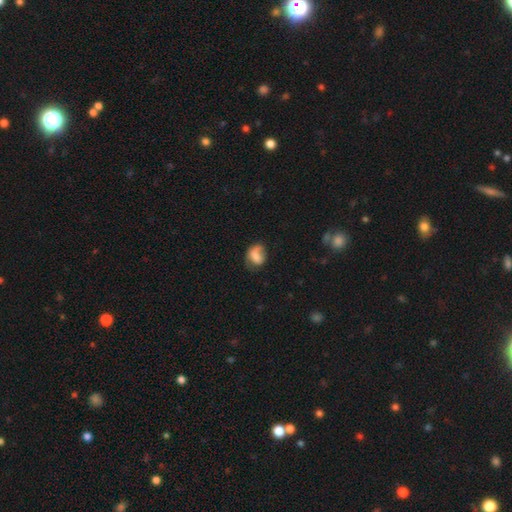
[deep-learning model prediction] A smooth galaxy with no disk features (71%) that is in between round and cigar-shaped (62%). Merging: none (40%).